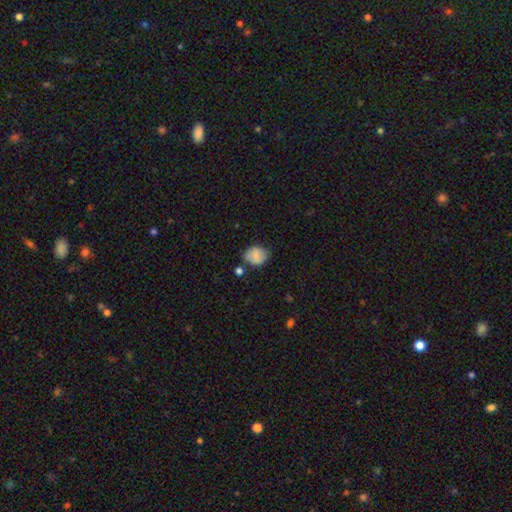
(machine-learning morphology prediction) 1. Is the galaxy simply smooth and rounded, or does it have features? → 75% smooth, 16% featured or disk, 9% star or artifact.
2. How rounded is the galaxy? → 55% round, 44% in between, 1% cigar-shaped.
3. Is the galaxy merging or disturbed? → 64% none, 22% minor disturbance, 8% merger, 6% major disturbance.